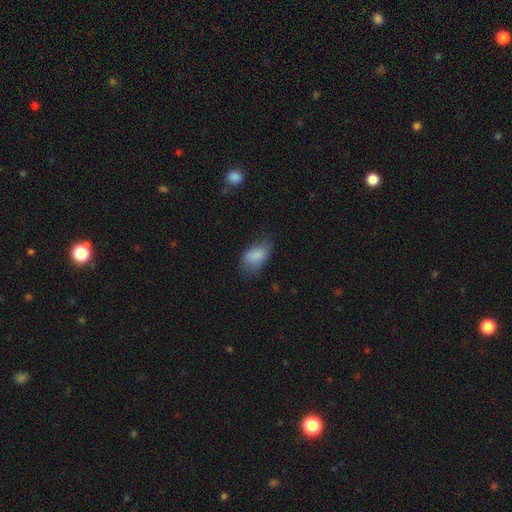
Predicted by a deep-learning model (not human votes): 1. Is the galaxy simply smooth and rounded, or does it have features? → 81% smooth, 11% featured or disk, 8% star or artifact.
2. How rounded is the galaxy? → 91% in between, 7% round, 2% cigar-shaped.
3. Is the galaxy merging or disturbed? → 51% none, 32% minor disturbance, 15% major disturbance, 2% merger.